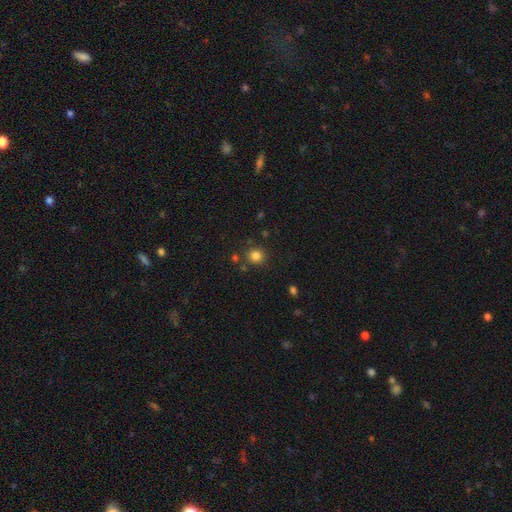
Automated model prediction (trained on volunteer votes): This appears to be a smooth galaxy with no disk features (82%) that is round (89%). Merging: none (82%).